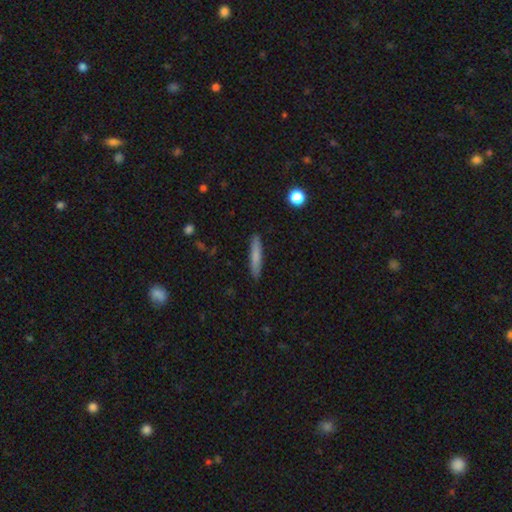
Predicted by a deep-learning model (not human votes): Q: Smooth or featured?
A: smooth (75%); runner-up: featured or disk (18%)
Q: How rounded?
A: cigar-shaped (91%); runner-up: in between (7%)
Q: Merging?
A: none (89%); runner-up: minor disturbance (8%)